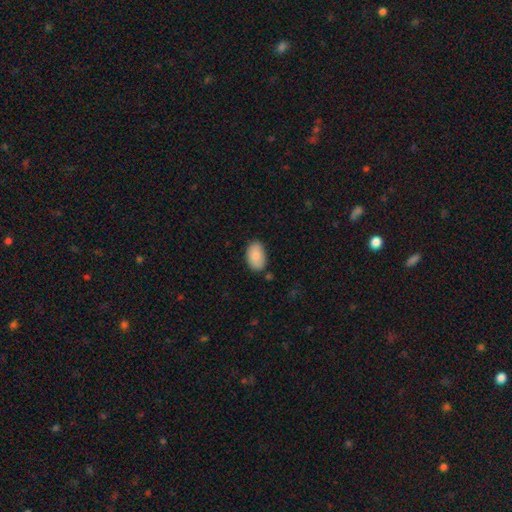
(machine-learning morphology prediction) Smooth or featured? smooth (86%)
How rounded? in between (92%)
Merging? none (78%)